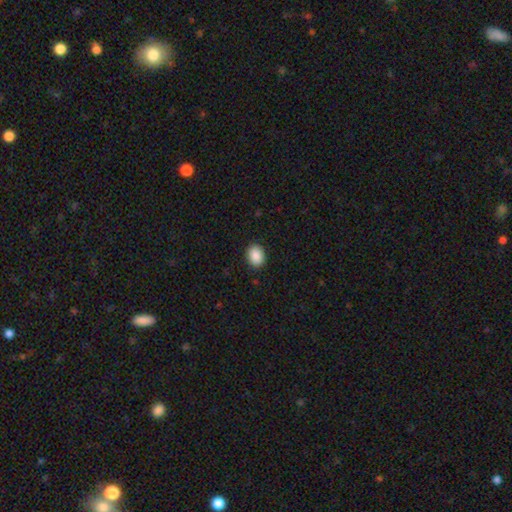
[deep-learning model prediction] Smooth or featured: smooth — 90% (star or artifact — 7%)
How rounded: in between — 66% (round — 33%)
Merging: none — 90% (minor disturbance — 7%)